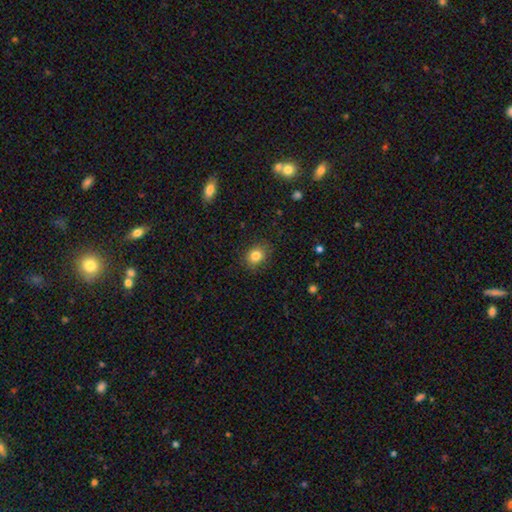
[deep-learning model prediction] Overall: smooth (84%). How rounded: round (53%; in between 46%). Merging: none (84%).